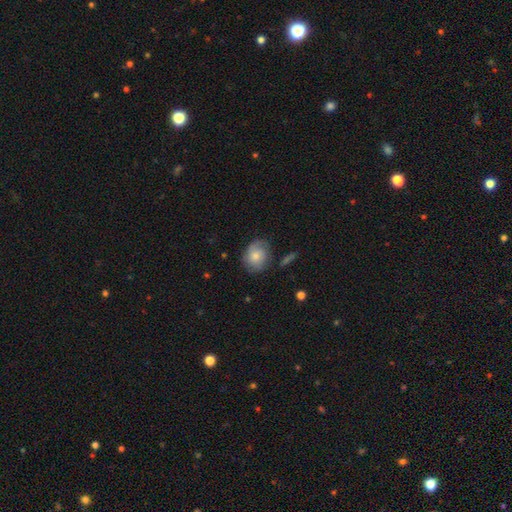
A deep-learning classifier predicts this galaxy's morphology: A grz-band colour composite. It shows a smooth galaxy with no disk features (59%) that is round (55%). Merging: none (63%).